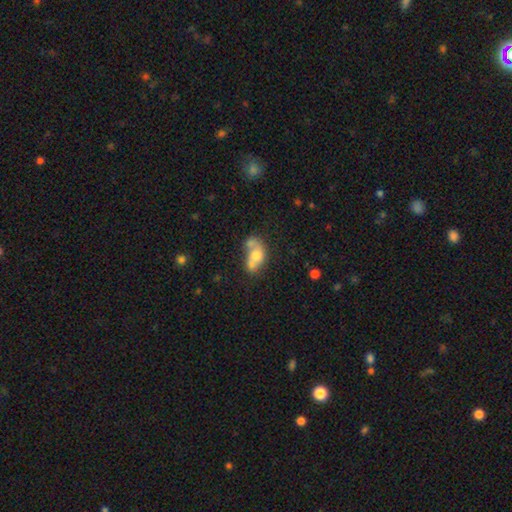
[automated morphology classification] type=smooth (60%); roundness=in between (75%); merging=merger (54%).